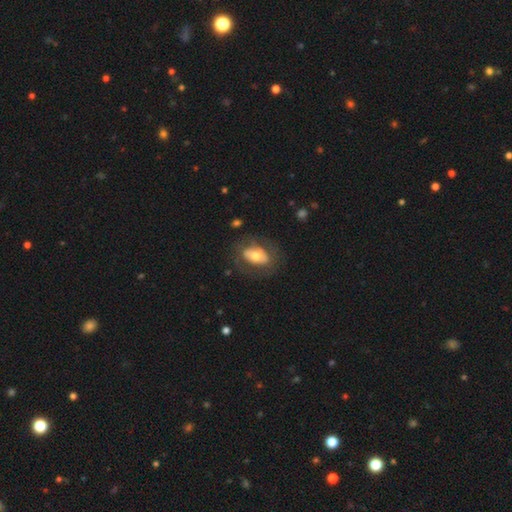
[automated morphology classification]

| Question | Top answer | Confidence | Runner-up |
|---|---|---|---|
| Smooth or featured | smooth | 54% | featured or disk (39%) |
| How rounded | in between | 85% | round (13%) |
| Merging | none | 71% | minor disturbance (16%) |